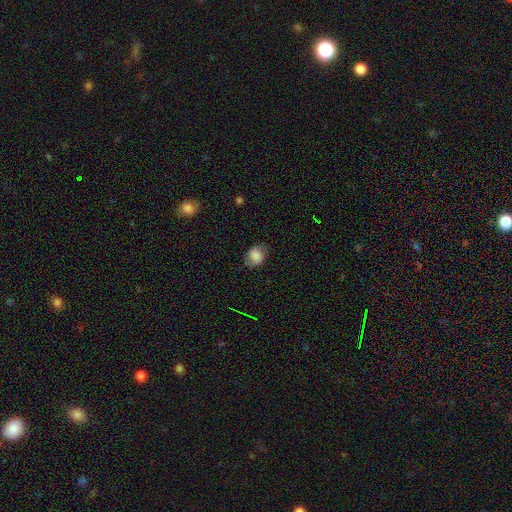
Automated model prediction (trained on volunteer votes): smooth_or_featured: smooth (p=0.74) [alt: featured or disk p=0.16]
how_rounded: in between (p=0.54) [alt: round p=0.45]
merging: none (p=0.68) [alt: minor disturbance p=0.23]